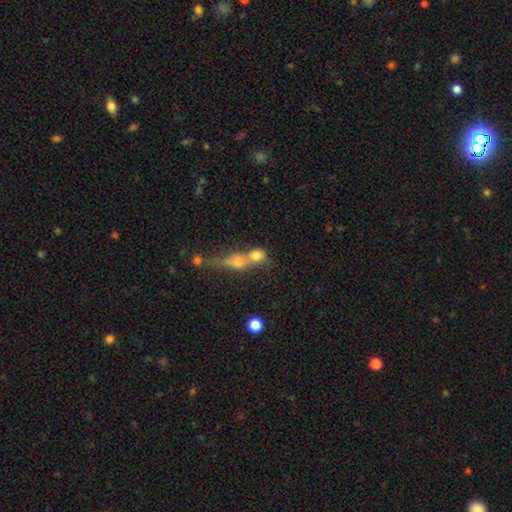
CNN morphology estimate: type=smooth (68%); roundness=round (57%); merging=merger (69%).